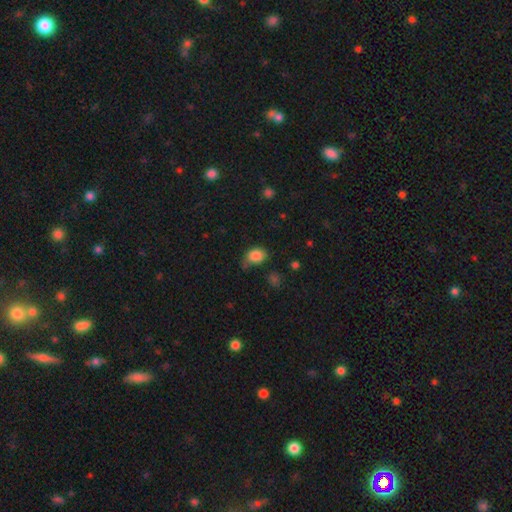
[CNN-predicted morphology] Smooth or featured? Predicted: smooth (p=0.84). How rounded? Predicted: in between (p=0.60). Merging? Predicted: none (p=0.54).